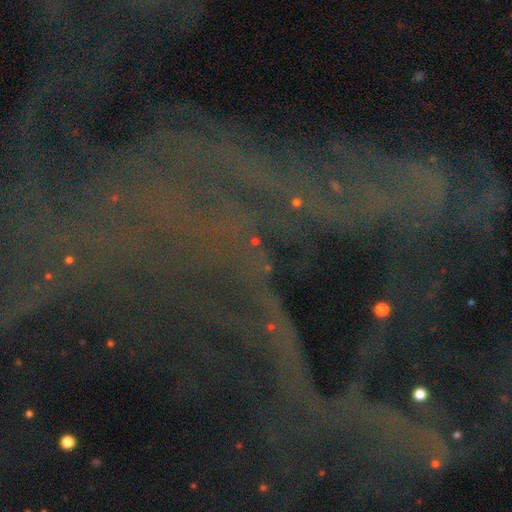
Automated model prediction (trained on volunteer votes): The model was most divided on "smooth or featured": star or artifact: 82%, featured or disk: 10%, smooth: 8%.